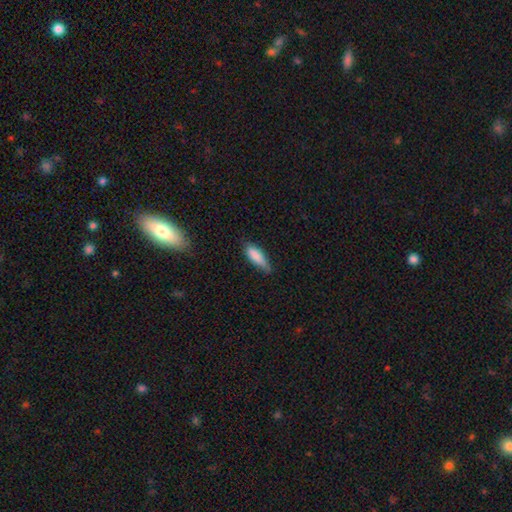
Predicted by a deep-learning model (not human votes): Smooth or featured? smooth (84%)
How rounded? in between (54%)
Merging? none (60%)